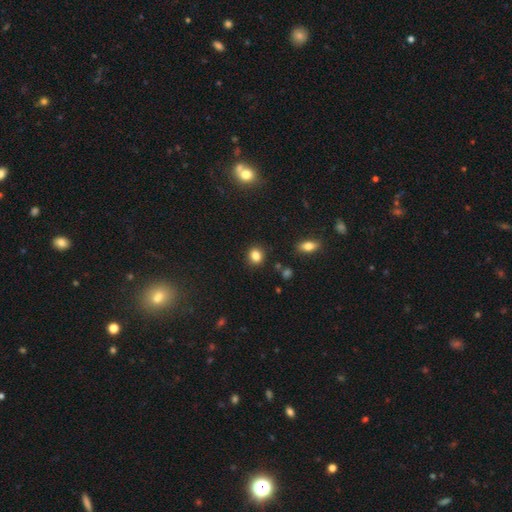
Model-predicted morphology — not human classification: This is clearly a smooth galaxy (84%). How rounded: likely round (69%). Merging: clearly none (87%).